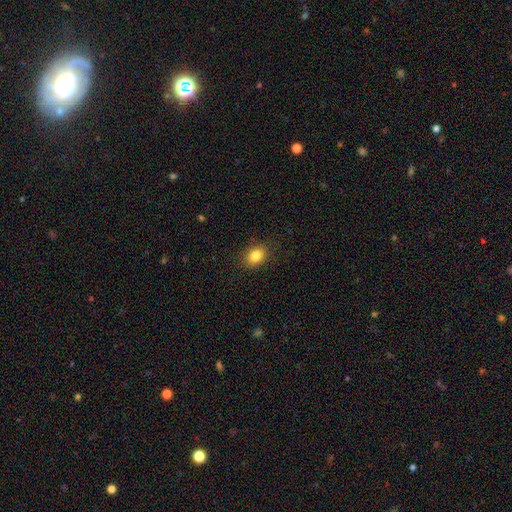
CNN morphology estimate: A smooth galaxy with no disk features (84%) that is in between round and cigar-shaped (64%).

Vote fractions:
- Smooth or featured? smooth: 84% / star or artifact: 9% / featured or disk: 6%
- How rounded? in between: 64% / round: 35% / cigar-shaped: 1%
- Merging? none: 87% / minor disturbance: 9% / major disturbance: 3% / merger: 1%